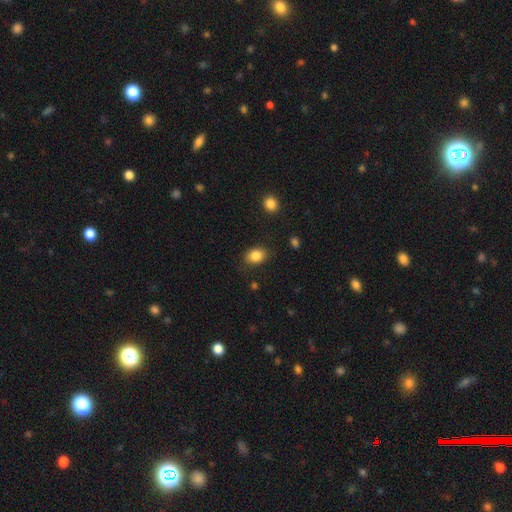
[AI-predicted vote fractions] Smooth or featured: smooth — 86% (star or artifact — 9%)
How rounded: in between — 64% (round — 35%)
Merging: none — 82% (minor disturbance — 12%)